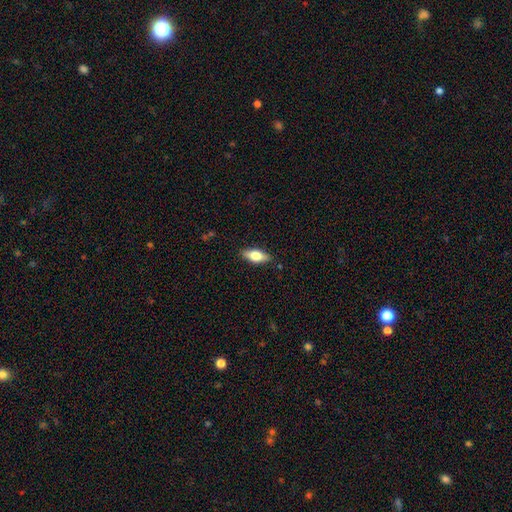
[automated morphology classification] Smooth or featured? Predicted: smooth (p=0.63). How rounded? Predicted: in between (p=0.76). Merging? Predicted: none (p=0.86).